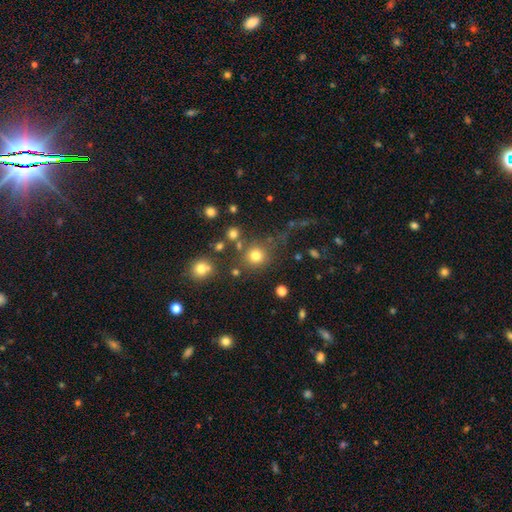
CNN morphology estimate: Smooth or featured?
  - smooth: 76% *
  - star or artifact: 17%
  - featured or disk: 7%
How rounded?
  - round: 92% *
  - in between: 7%
  - cigar-shaped: 1%
Merging?
  - none: 77% *
  - minor disturbance: 9%
  - merger: 8%
  - major disturbance: 5%